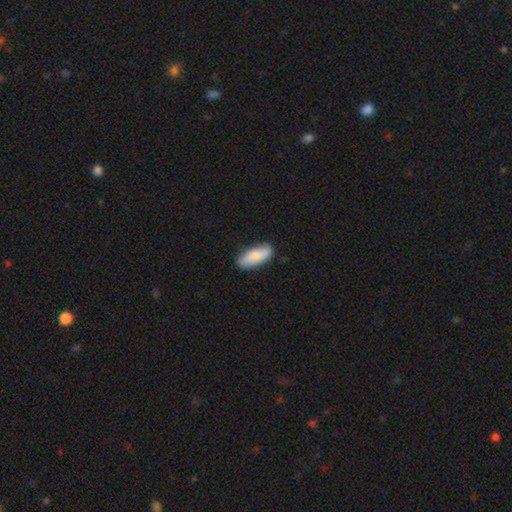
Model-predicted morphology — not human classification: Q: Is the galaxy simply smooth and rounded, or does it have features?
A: smooth — 80%.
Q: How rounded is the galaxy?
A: in between — 76%.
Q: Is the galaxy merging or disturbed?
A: none — 83%.